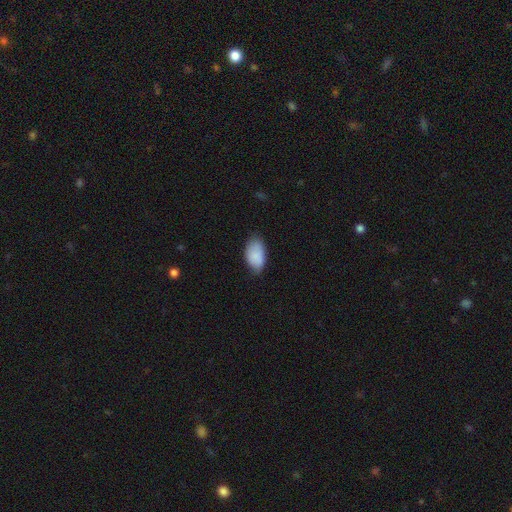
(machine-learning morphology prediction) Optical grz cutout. It shows a smooth galaxy with no disk features (87%) that is in between round and cigar-shaped (94%). Merging: none (69%).